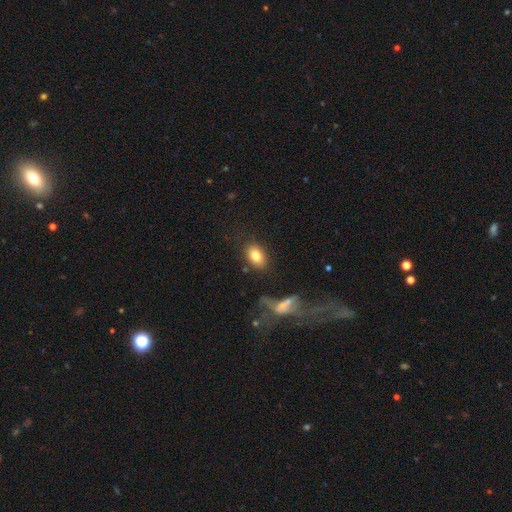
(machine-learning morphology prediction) The model was most divided on "merging": none: 78%, minor disturbance: 12%, merger: 5%, major disturbance: 5%. More confident: how rounded — in between (83%); smooth or featured — smooth (80%).